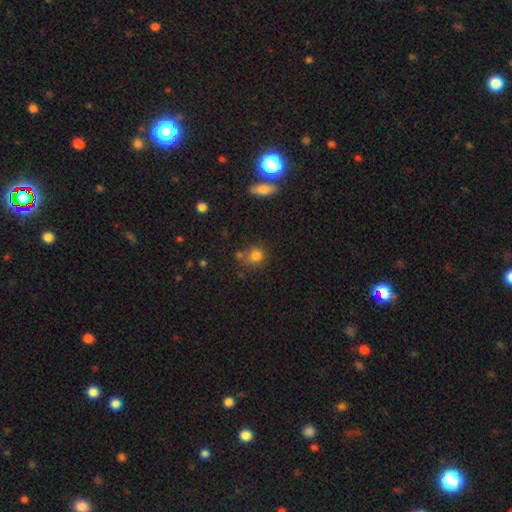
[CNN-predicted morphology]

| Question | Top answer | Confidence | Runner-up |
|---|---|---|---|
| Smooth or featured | smooth | 80% | star or artifact (13%) |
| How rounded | round | 74% | in between (25%) |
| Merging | none | 61% | minor disturbance (17%) |